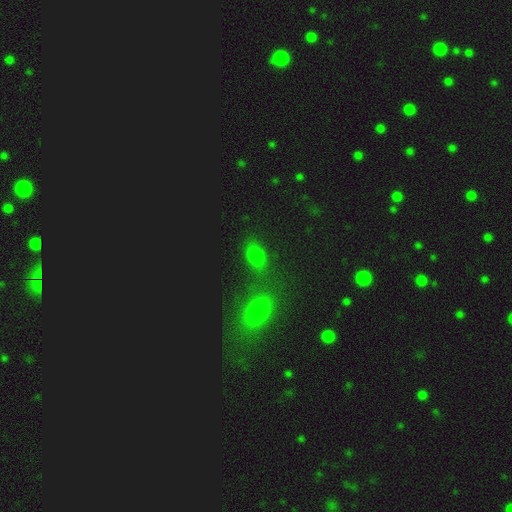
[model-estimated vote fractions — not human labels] Smooth or featured: smooth — 72% (star or artifact — 21%)
How rounded: in between — 69% (round — 28%)
Merging: none — 64% (merger — 17%)